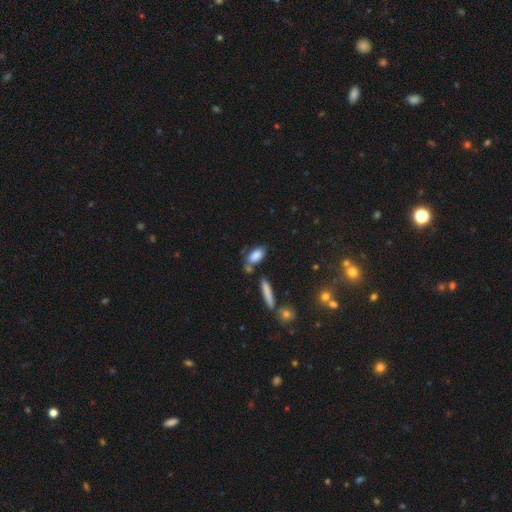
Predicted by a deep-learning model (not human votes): The model was most divided on "merging": none: 61%, minor disturbance: 17%, merger: 17%, major disturbance: 5%. More confident: how rounded — in between (82%); smooth or featured — smooth (82%).